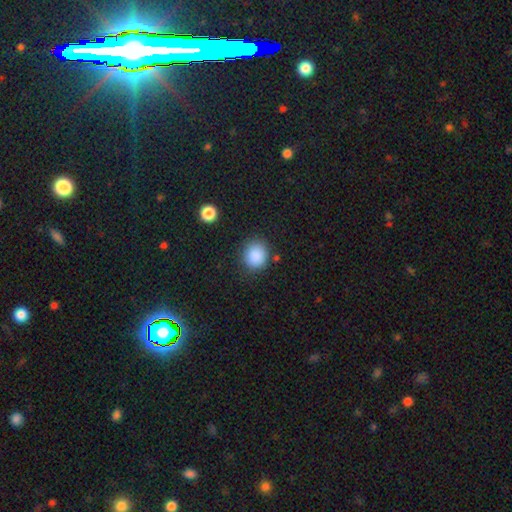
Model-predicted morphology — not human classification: smooth_or_featured: smooth (p=0.88) [alt: star or artifact p=0.09]
how_rounded: round (p=0.83) [alt: in between p=0.16]
merging: none (p=0.84) [alt: minor disturbance p=0.10]